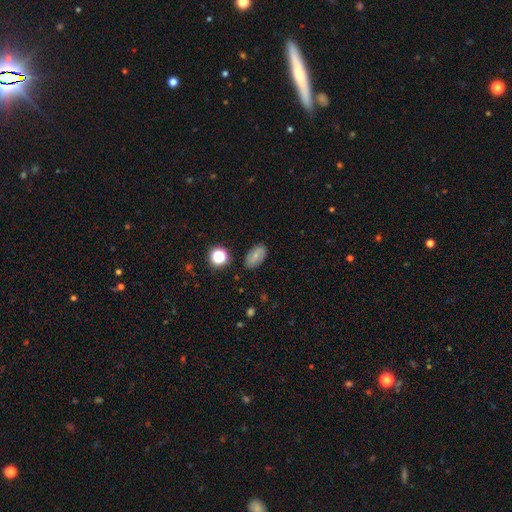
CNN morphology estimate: A smooth galaxy with no disk features (57%) that is in between round and cigar-shaped (86%).

Vote fractions:
- Smooth or featured? smooth: 57% / featured or disk: 31% / star or artifact: 12%
- How rounded? in between: 86% / round: 11% / cigar-shaped: 2%
- Merging? none: 83% / minor disturbance: 13% / major disturbance: 3% / merger: 2%